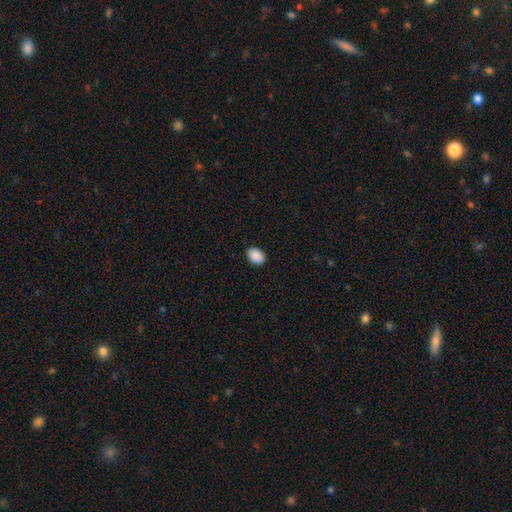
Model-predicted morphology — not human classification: Smooth or featured?
  - smooth: 90% *
  - star or artifact: 7%
  - featured or disk: 2%
How rounded?
  - in between: 75% *
  - round: 24%
  - cigar-shaped: 1%
Merging?
  - none: 89% *
  - minor disturbance: 8%
  - major disturbance: 2%
  - merger: 1%